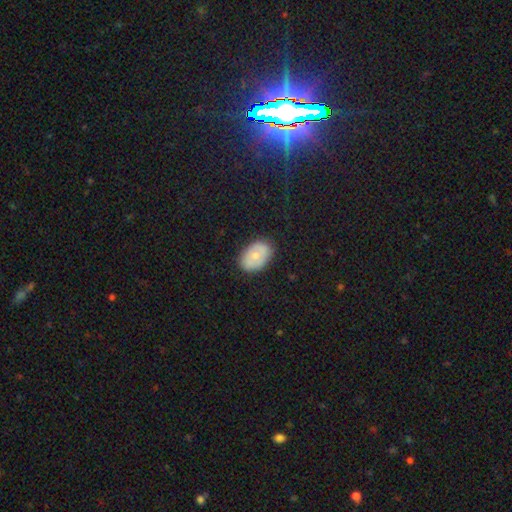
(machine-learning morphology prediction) This appears to be a smooth galaxy with no disk features (64%) that is in between round and cigar-shaped (85%). Merging: none (83%).